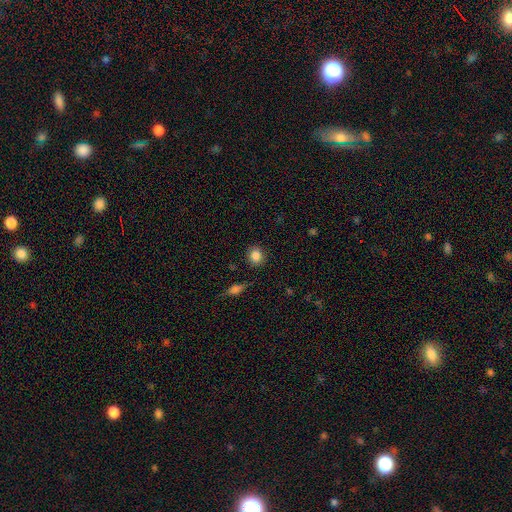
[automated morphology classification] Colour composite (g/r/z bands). It shows a smooth galaxy with no disk features (86%) that is round (75%). Merging: none (87%).